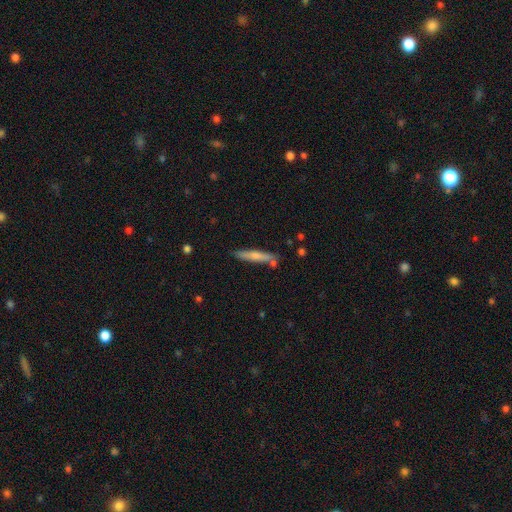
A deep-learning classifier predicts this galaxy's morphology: This is likely a smooth galaxy (65%). How rounded: clearly cigar-shaped (92%). Merging: likely none (80%).